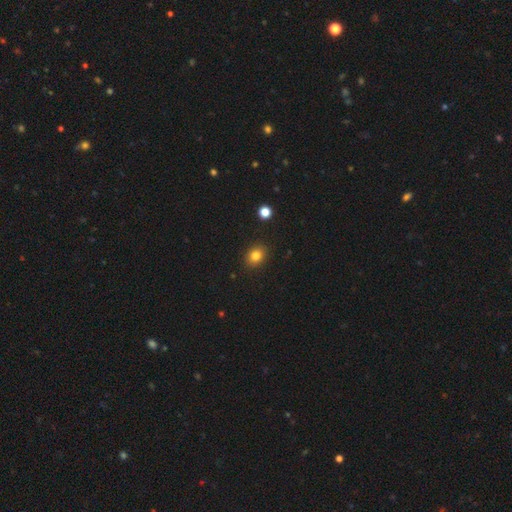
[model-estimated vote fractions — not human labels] This appears to be a smooth galaxy with no disk features (82%) that is round (54%). Merging: none (89%).